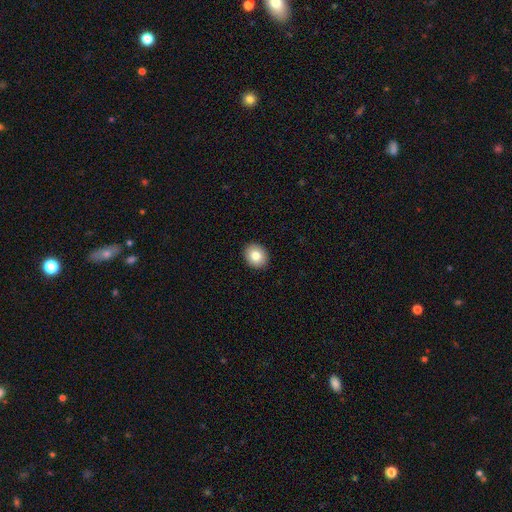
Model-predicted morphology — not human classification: Smooth or featured? smooth (83%)
How rounded? round (64%)
Merging? none (92%)